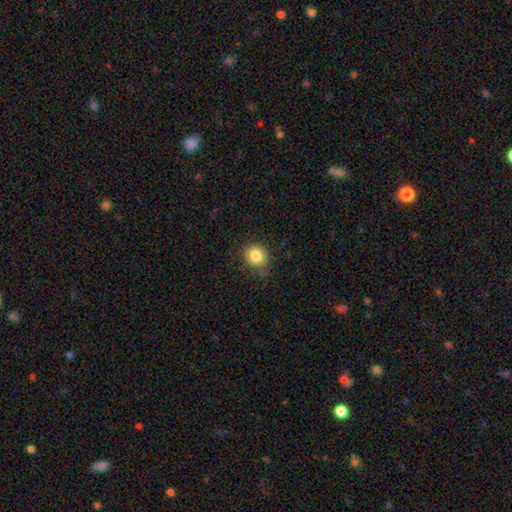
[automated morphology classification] A smooth galaxy with no disk features (84%) that is round (76%). Merging: none (78%).